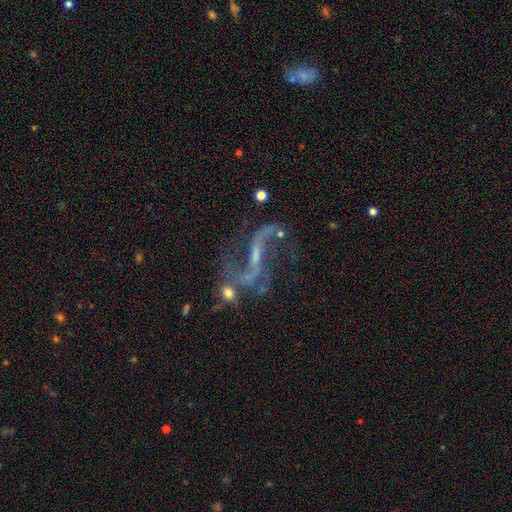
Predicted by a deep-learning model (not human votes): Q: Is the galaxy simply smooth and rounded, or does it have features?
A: featured or disk — 71%.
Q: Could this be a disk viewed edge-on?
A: no — 92%.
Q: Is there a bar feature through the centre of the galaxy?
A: weak — 38%.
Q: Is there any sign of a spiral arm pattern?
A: yes — 80%.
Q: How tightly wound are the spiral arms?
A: loose — 68%.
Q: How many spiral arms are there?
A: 2 — 81%.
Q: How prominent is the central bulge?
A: small — 54%.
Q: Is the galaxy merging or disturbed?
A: none — 49%.